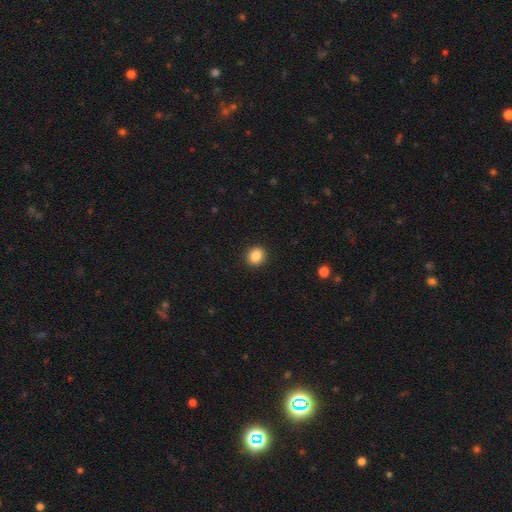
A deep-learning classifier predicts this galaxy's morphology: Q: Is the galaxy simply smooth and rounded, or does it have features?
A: smooth — 87%.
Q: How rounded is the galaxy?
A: round — 77%.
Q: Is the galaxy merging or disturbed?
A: none — 92%.